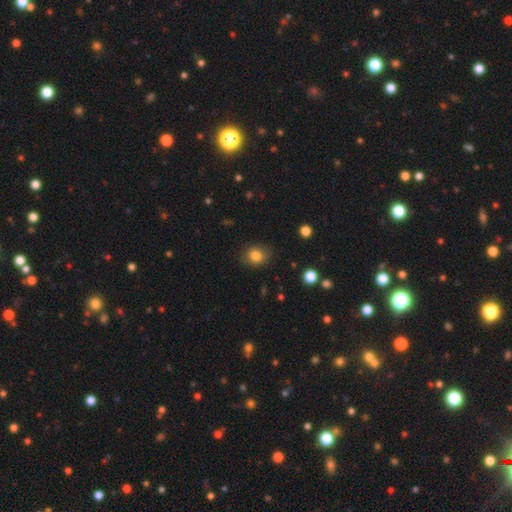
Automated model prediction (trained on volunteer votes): This is clearly a smooth galaxy (82%). How rounded: likely round (61%). Merging: clearly none (80%).